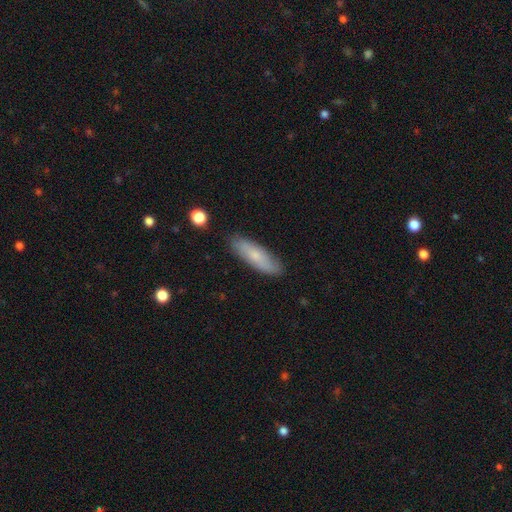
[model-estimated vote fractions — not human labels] A smooth galaxy with no disk features (69%) that is cigar-shaped (52%).

Vote fractions:
- Smooth or featured? smooth: 69% / featured or disk: 24% / star or artifact: 7%
- How rounded? cigar-shaped: 52% / in between: 46% / round: 2%
- Merging? none: 85% / minor disturbance: 11% / major disturbance: 2% / merger: 1%